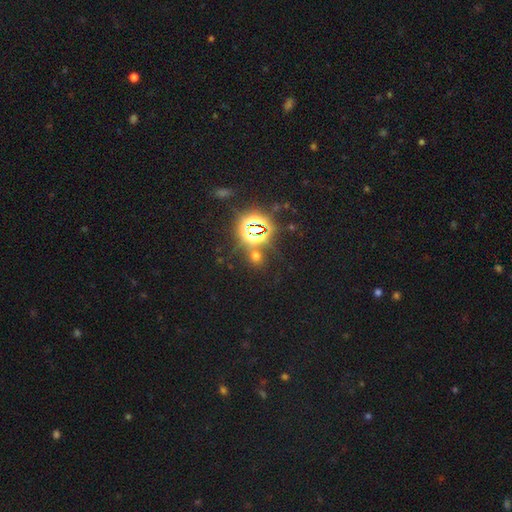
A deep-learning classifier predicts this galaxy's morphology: This appears to be a star or artifact, not a galaxy (56%).